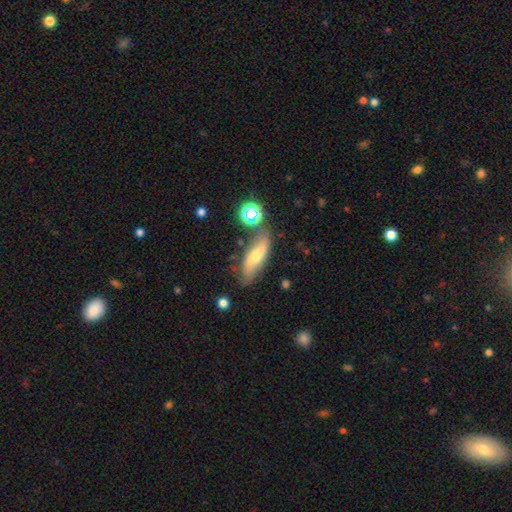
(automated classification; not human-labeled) The model was most divided on "smooth or featured": smooth: 49%, featured or disk: 42%, star or artifact: 10%. More confident: merging — none (69%).